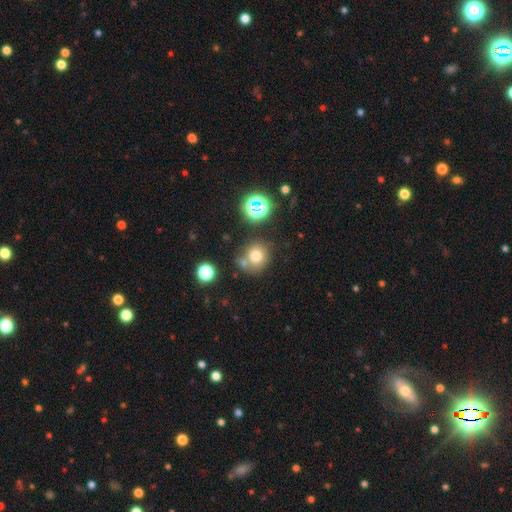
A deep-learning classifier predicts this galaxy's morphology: Smooth or featured: smooth — 72% (star or artifact — 17%)
How rounded: round — 86% (in between — 13%)
Merging: none — 63% (merger — 20%)